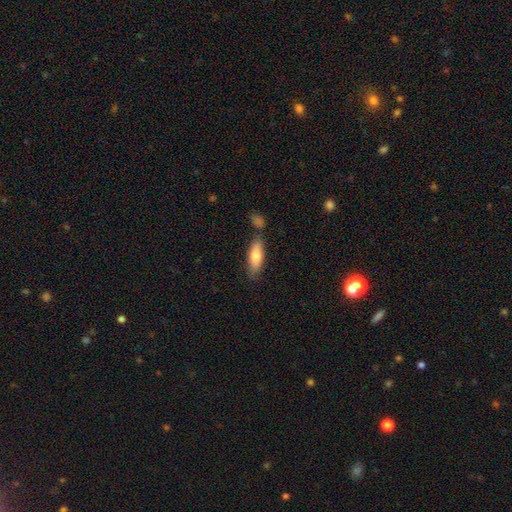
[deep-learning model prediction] A smooth galaxy with no disk features (77%) that is in between round and cigar-shaped (56%). Merging: none (72%).